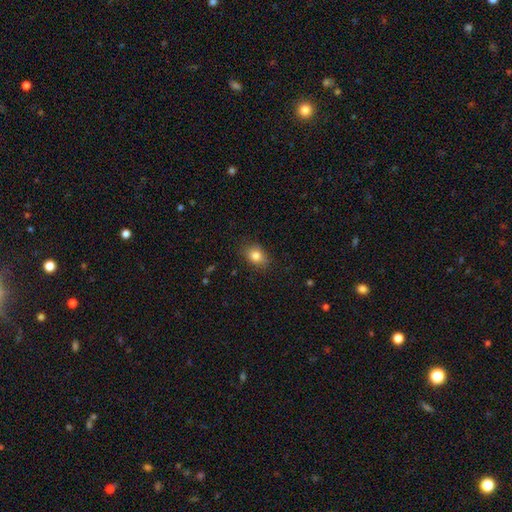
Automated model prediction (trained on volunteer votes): A smooth galaxy with no disk features (82%) that is in between round and cigar-shaped (69%).

Vote fractions:
- Smooth or featured? smooth: 82% / star or artifact: 10% / featured or disk: 9%
- How rounded? in between: 69% / round: 29% / cigar-shaped: 2%
- Merging? none: 82% / minor disturbance: 14% / major disturbance: 3% / merger: 1%